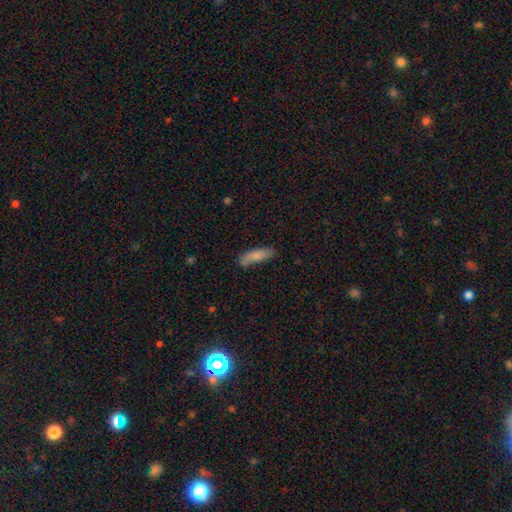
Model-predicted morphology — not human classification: Smooth or featured: smooth — 80% (featured or disk — 14%)
How rounded: cigar-shaped — 56% (in between — 42%)
Merging: none — 71% (minor disturbance — 21%)